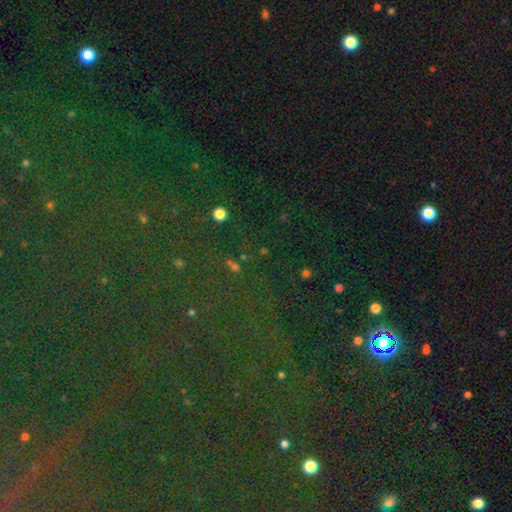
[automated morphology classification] star or artifact 85%, smooth 8%, featured or disk 7%.